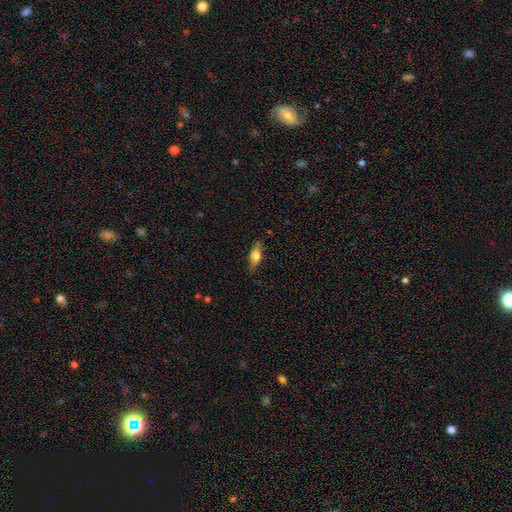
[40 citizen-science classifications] Overall: smooth (55%; featured or disk 32%). How rounded: in between (50%, tied with cigar-shaped). Merging: none (86%).